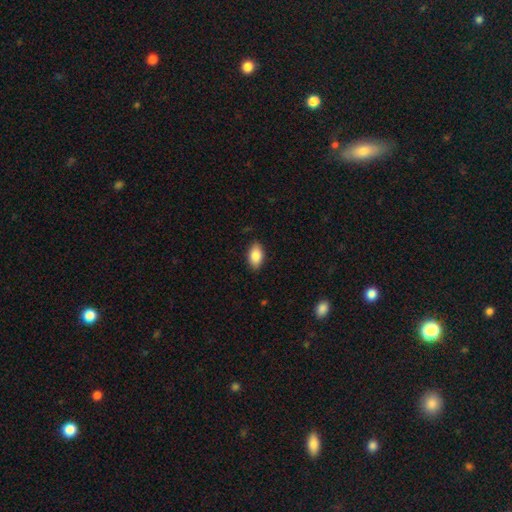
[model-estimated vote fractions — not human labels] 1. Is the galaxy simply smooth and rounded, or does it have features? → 86% smooth, 7% featured or disk, 7% star or artifact.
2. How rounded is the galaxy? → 92% in between, 5% round, 3% cigar-shaped.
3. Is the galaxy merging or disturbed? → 86% none, 11% minor disturbance, 2% major disturbance, 1% merger.